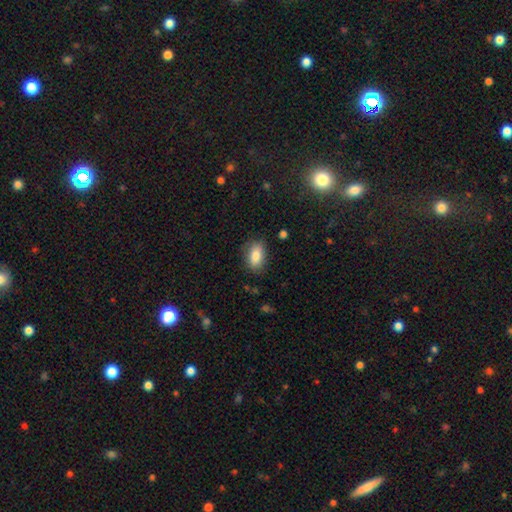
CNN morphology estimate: A smooth galaxy with no disk features (83%) that is in between round and cigar-shaped (88%).

Vote fractions:
- Smooth or featured? smooth: 83% / featured or disk: 9% / star or artifact: 8%
- How rounded? in between: 88% / round: 8% / cigar-shaped: 4%
- Merging? none: 81% / minor disturbance: 14% / major disturbance: 3% / merger: 1%